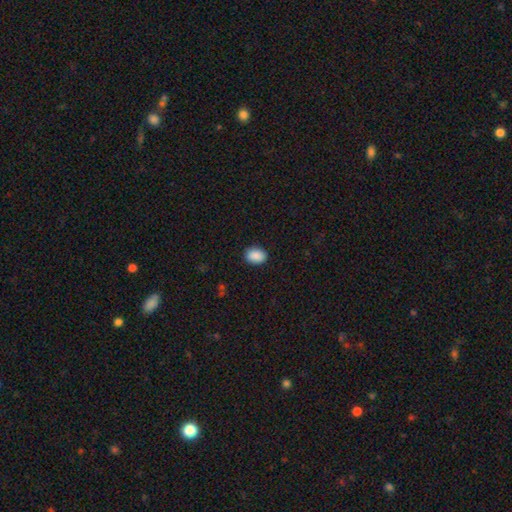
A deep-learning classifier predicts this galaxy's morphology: Smooth or featured?
  - smooth: 90% *
  - star or artifact: 7%
  - featured or disk: 3%
How rounded?
  - in between: 75% *
  - round: 24%
  - cigar-shaped: 1%
Merging?
  - none: 89% *
  - minor disturbance: 8%
  - major disturbance: 2%
  - merger: 1%